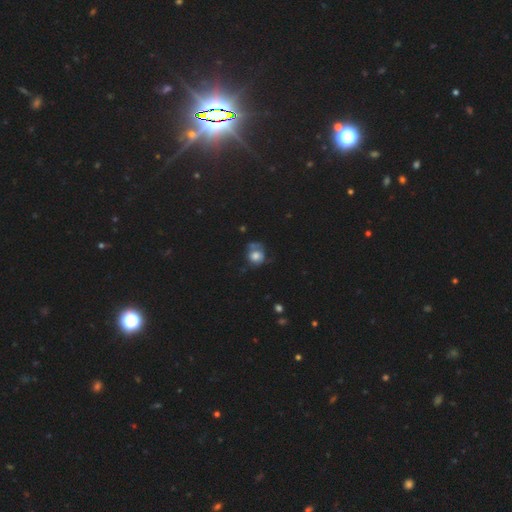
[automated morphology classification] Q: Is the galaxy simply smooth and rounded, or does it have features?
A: smooth — 68%.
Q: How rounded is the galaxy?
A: round — 78%.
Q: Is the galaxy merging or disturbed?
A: none — 43%.